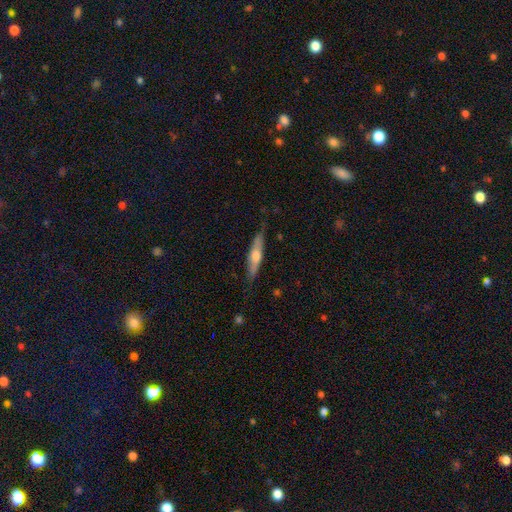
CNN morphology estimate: The model was most divided on "smooth or featured": featured or disk: 50%, smooth: 45%, star or artifact: 5%. More confident: merging — none (80%).